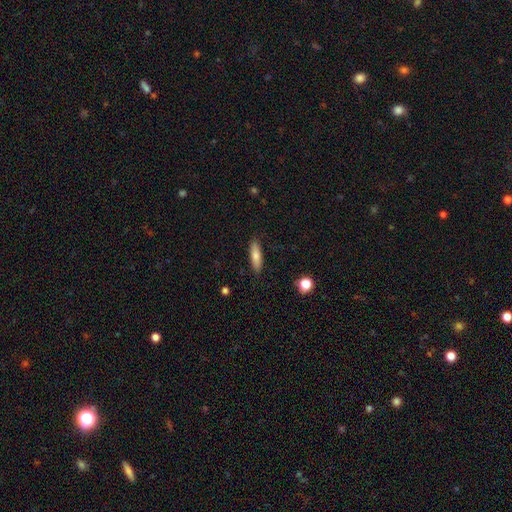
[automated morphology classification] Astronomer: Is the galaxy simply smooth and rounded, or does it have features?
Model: smooth — 74%.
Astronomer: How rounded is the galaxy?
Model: cigar-shaped — 60% (runner-up: in between, 38%).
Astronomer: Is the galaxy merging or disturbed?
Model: none — 87%.